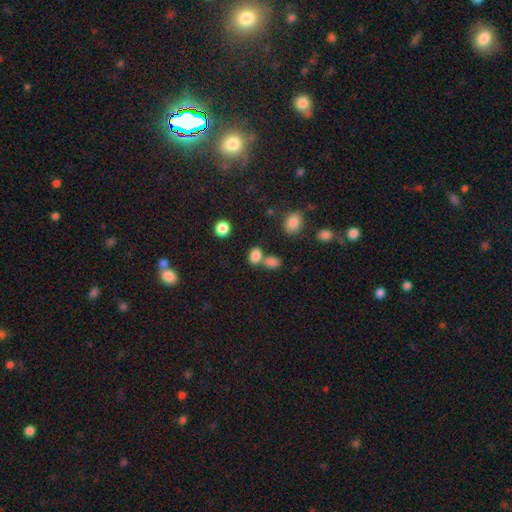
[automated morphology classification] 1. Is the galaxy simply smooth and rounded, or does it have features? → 83% smooth, 12% star or artifact, 6% featured or disk.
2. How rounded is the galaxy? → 73% in between, 25% round, 2% cigar-shaped.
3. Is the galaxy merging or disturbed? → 49% none, 38% merger, 10% minor disturbance, 4% major disturbance.